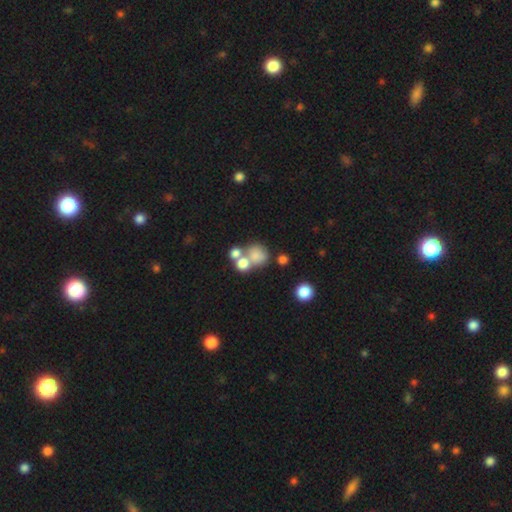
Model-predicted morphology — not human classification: A smooth galaxy with no disk features (70%) that is round (74%).

Vote fractions:
- Smooth or featured? smooth: 70% / featured or disk: 16% / star or artifact: 14%
- How rounded? round: 74% / in between: 25% / cigar-shaped: 1%
- Merging? merger: 49% / none: 34% / minor disturbance: 9% / major disturbance: 8%